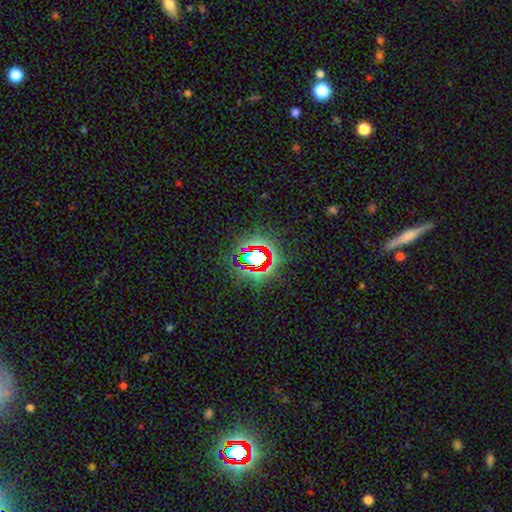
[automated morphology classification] type=star or artifact (72%).